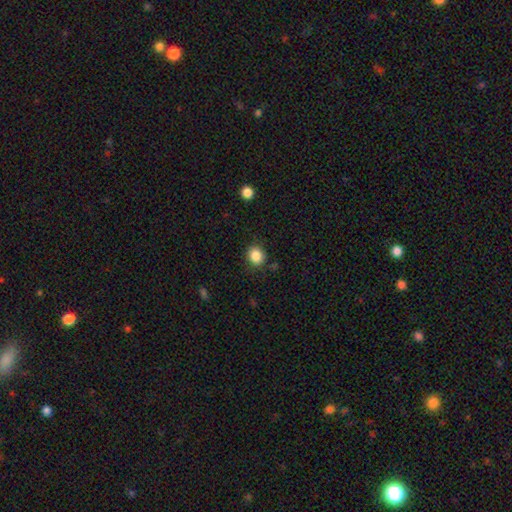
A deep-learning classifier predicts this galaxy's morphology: A smooth galaxy with no disk features (86%) that is round (72%). Merging: none (86%).